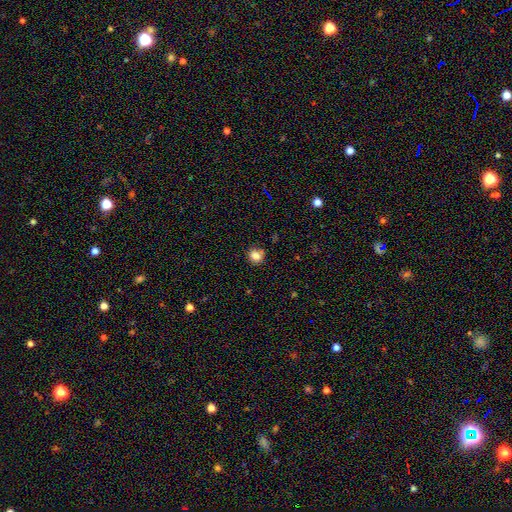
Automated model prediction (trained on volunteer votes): A smooth galaxy with no disk features (82%) that is round (78%).

Vote fractions:
- Smooth or featured? smooth: 82% / star or artifact: 12% / featured or disk: 6%
- How rounded? round: 78% / in between: 21% / cigar-shaped: 1%
- Merging? none: 76% / minor disturbance: 16% / major disturbance: 4% / merger: 4%